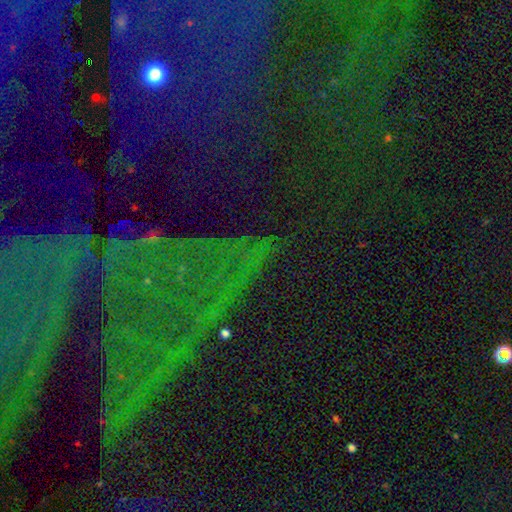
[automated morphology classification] Smooth or featured: star or artifact — 77% (featured or disk — 12%)